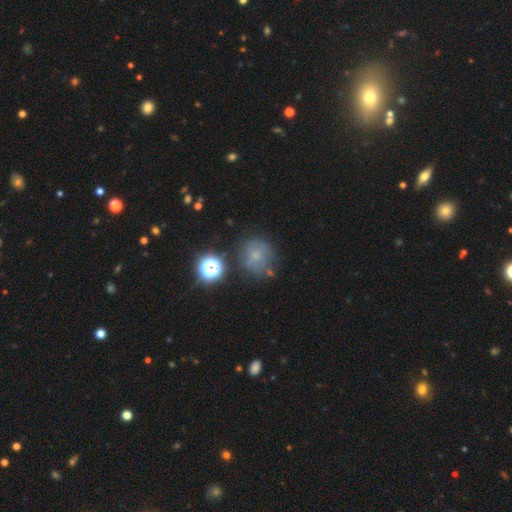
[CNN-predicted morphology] The model was most divided on "smooth or featured": smooth: 57%, star or artifact: 22%, featured or disk: 21%. More confident: how rounded — round (87%); merging — none (64%).